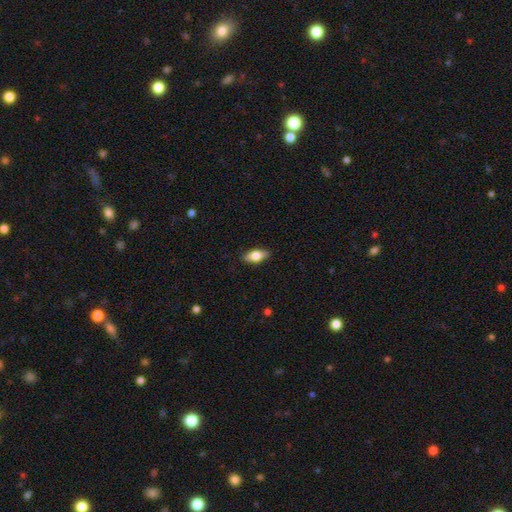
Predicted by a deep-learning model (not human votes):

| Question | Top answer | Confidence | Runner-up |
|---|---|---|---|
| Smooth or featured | smooth | 62% | featured or disk (31%) |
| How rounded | in between | 79% | cigar-shaped (16%) |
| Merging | none | 87% | minor disturbance (10%) |